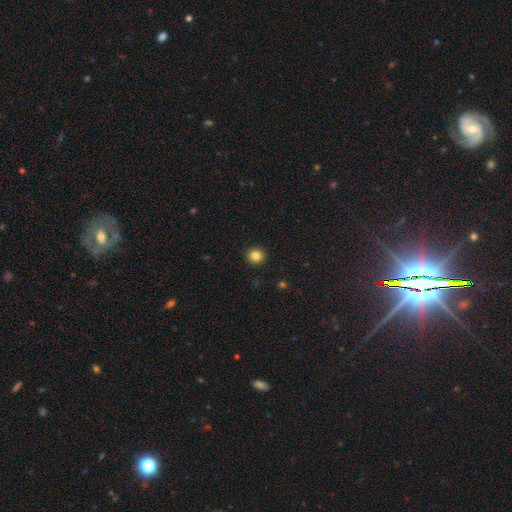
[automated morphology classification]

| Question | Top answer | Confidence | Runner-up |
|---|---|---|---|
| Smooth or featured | smooth | 84% | star or artifact (11%) |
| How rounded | round | 93% | in between (6%) |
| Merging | none | 93% | minor disturbance (4%) |